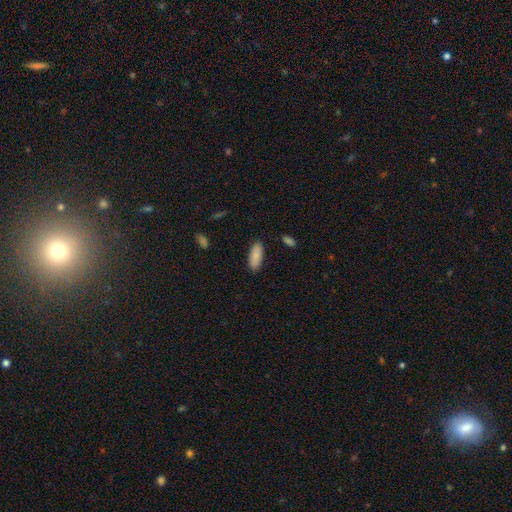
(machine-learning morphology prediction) This is clearly a smooth galaxy (84%). How rounded: likely in between (79%). Merging: clearly none (88%).